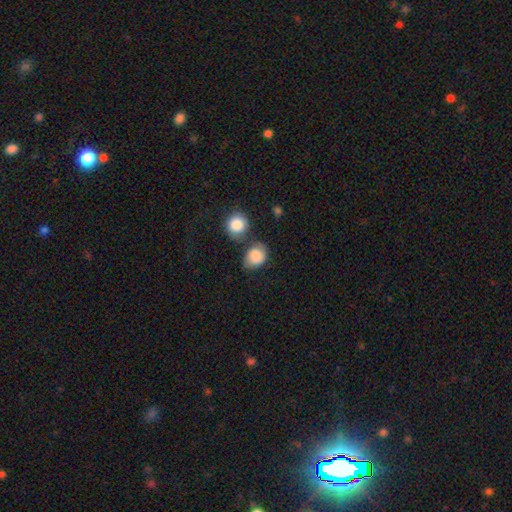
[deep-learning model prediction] Morphology: type=smooth (84%); roundness=round (54%); merging=none (49%).